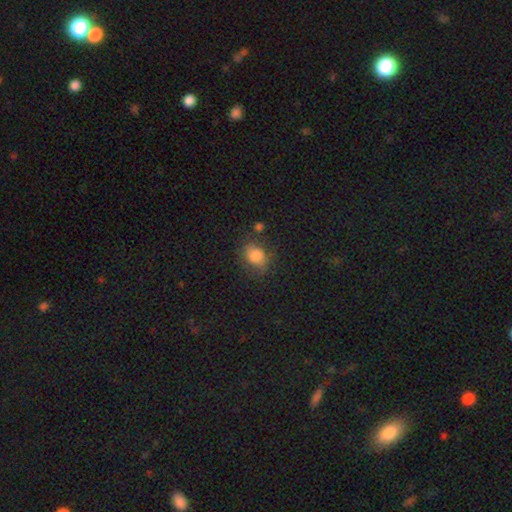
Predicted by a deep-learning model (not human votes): A smooth galaxy with no disk features (78%) that is in between round and cigar-shaped (55%). Merging: none (62%).